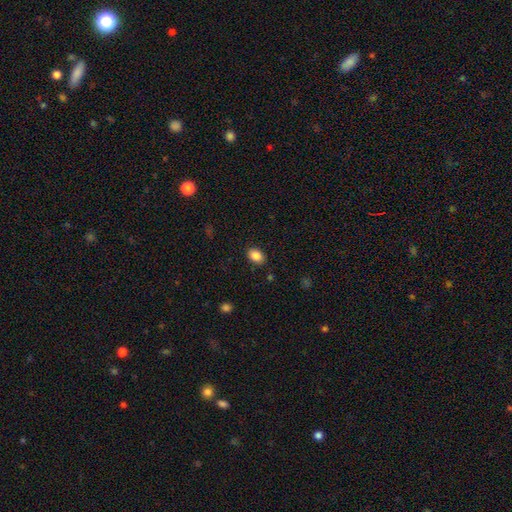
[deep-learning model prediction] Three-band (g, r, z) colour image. It shows a smooth galaxy with no disk features (87%) that is in between round and cigar-shaped (79%). Merging: none (87%).